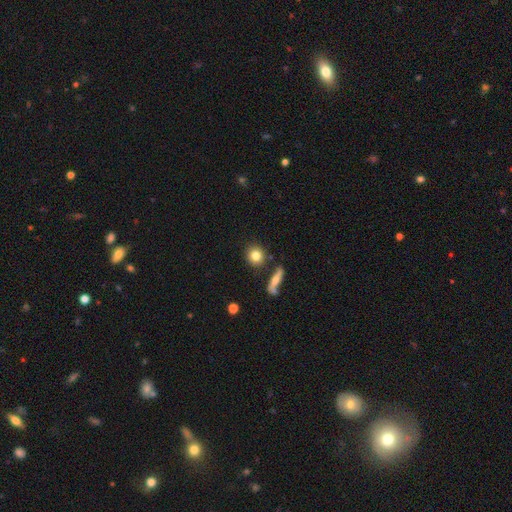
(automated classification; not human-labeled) Smooth or featured? Predicted: smooth (p=0.80). How rounded? Predicted: round (p=0.84). Merging? Predicted: none (p=0.81).